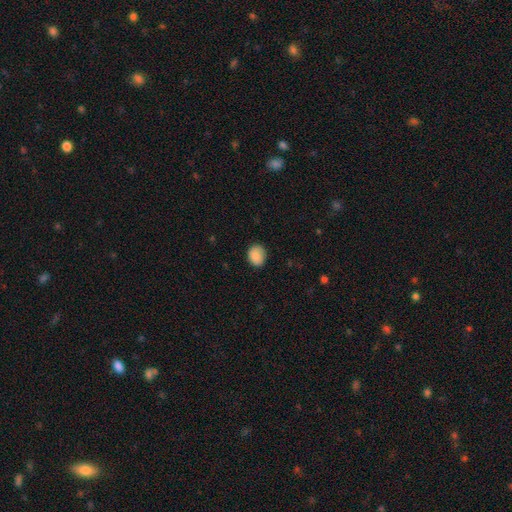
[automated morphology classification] smooth_or_featured: smooth (p=0.87) [alt: star or artifact p=0.08]
how_rounded: round (p=0.55) [alt: in between p=0.44]
merging: none (p=0.81) [alt: minor disturbance p=0.15]